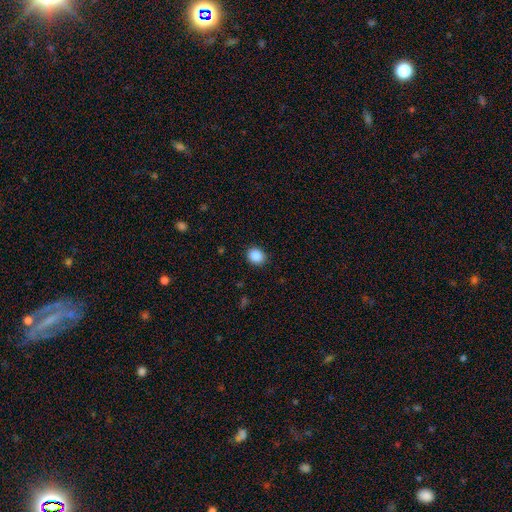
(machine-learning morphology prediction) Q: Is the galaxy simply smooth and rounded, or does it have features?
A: smooth — 88%.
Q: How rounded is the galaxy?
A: round — 67%.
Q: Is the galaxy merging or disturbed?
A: none — 89%.